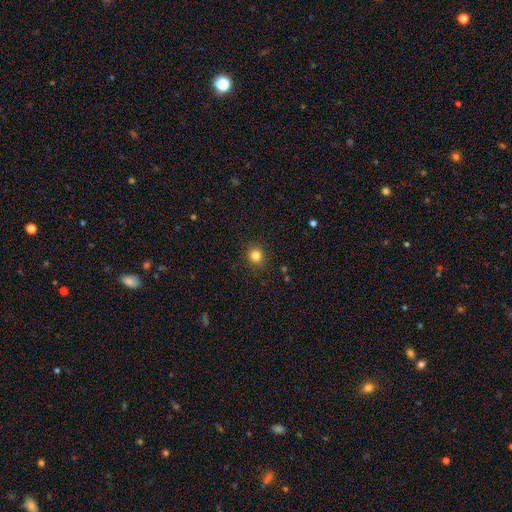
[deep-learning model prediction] The model was most divided on "smooth or featured": smooth: 82%, star or artifact: 13%, featured or disk: 5%. More confident: merging — none (90%); how rounded — round (90%).